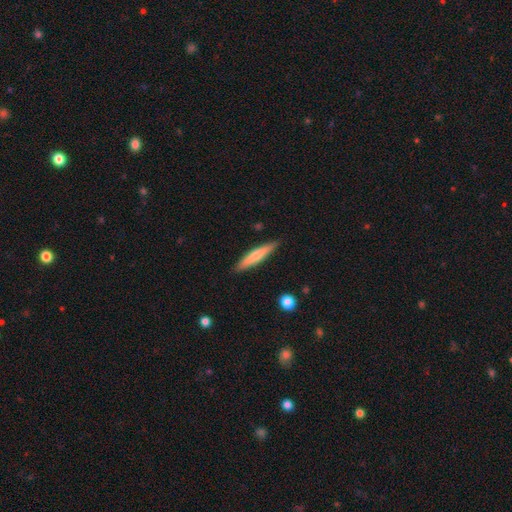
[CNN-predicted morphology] smooth 65%, featured or disk 29%, star or artifact 5%. Down the decision tree: how rounded — cigar-shaped (90%); merging — none (88%).